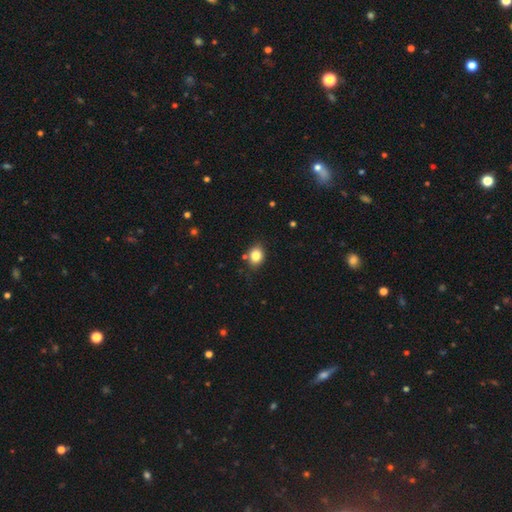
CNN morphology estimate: A smooth galaxy with no disk features (83%) that is in between round and cigar-shaped (51%).

Vote fractions:
- Smooth or featured? smooth: 83% / star or artifact: 10% / featured or disk: 7%
- How rounded? in between: 51% / round: 48% / cigar-shaped: 1%
- Merging? none: 79% / minor disturbance: 14% / merger: 4% / major disturbance: 3%